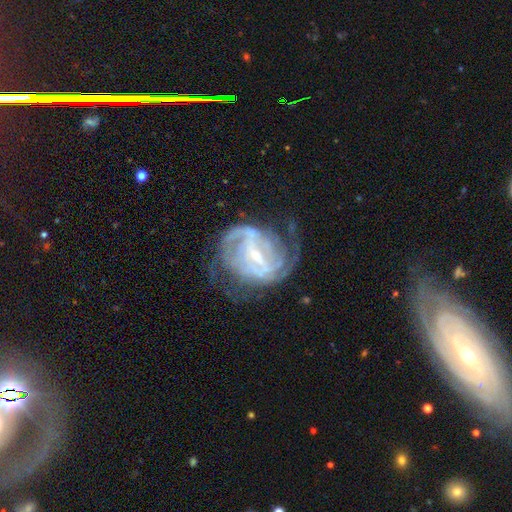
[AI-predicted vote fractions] Smooth or featured: featured or disk — 88% (smooth — 6%)
Edge-on disk: no — 96% (yes — 4%)
Bar: strong — 54% (weak — 37%)
Spiral arms: yes — 93% (no — 7%)
Spiral winding: tight — 48% (medium — 38%)
Spiral arm count: 2 — 42% (can't tell — 27%)
Bulge size: small — 60% (moderate — 32%)
Merging: none — 59% (minor disturbance — 20%)